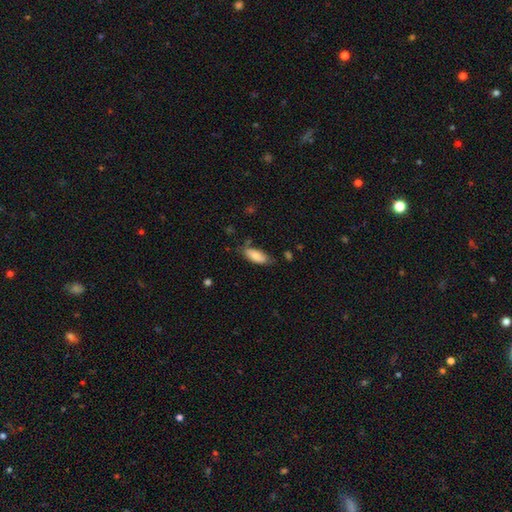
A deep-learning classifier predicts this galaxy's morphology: Q: Smooth or featured?
A: smooth (82%); runner-up: featured or disk (11%)
Q: How rounded?
A: in between (81%); runner-up: cigar-shaped (17%)
Q: Merging?
A: none (64%); runner-up: minor disturbance (26%)